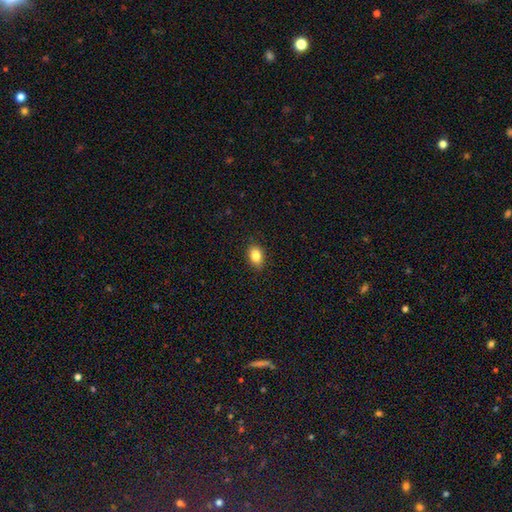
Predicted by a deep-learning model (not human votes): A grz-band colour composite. It shows a smooth galaxy with no disk features (83%) that is in between round and cigar-shaped (77%). Merging: none (88%).